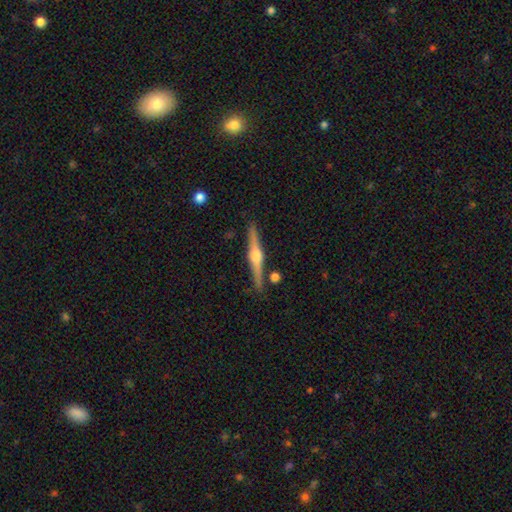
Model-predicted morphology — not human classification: featured or disk 79%, smooth 15%, star or artifact 5%. Down the decision tree: edge-on disk — yes (98%); edge-on bulge — rounded (95%); merging — none (88%).